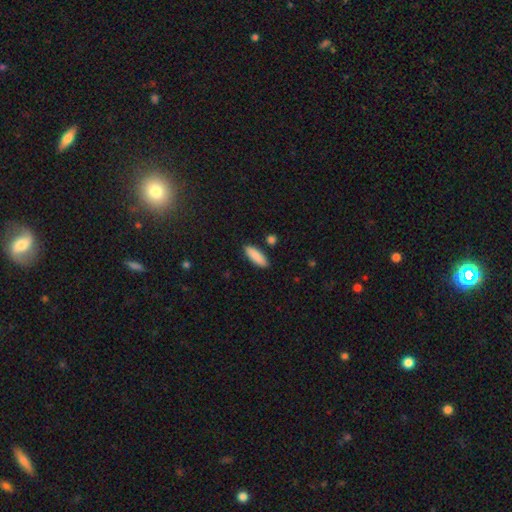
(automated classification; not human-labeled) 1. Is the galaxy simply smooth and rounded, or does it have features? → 89% smooth, 6% star or artifact, 5% featured or disk.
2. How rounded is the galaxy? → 54% in between, 44% cigar-shaped, 2% round.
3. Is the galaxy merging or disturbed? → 86% none, 9% minor disturbance, 3% merger, 2% major disturbance.